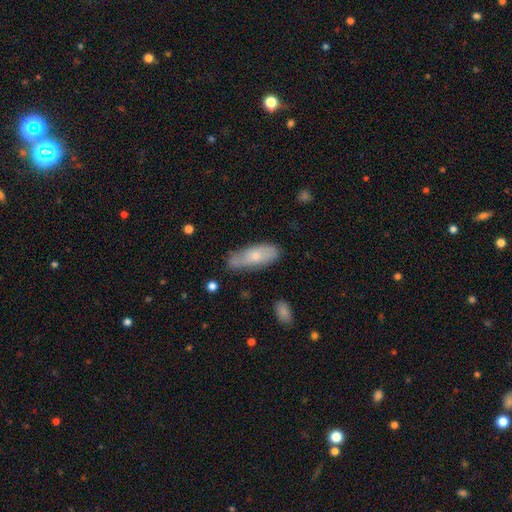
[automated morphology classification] smooth 63%, featured or disk 30%, star or artifact 6%. Down the decision tree: how rounded — in between (70%); merging — none (63%).